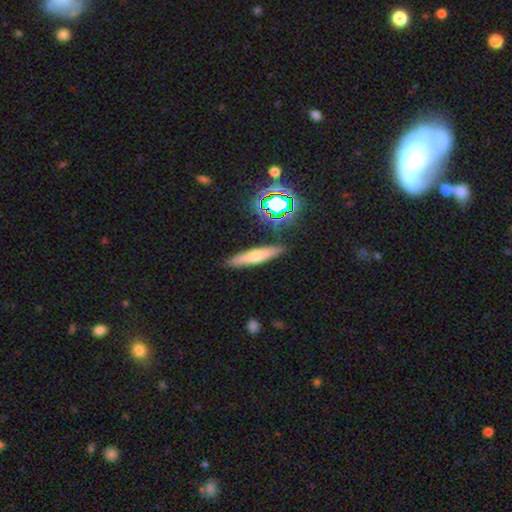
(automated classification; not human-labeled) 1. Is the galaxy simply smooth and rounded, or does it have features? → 50% smooth, 37% featured or disk, 13% star or artifact.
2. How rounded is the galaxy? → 85% cigar-shaped, 12% in between, 4% round.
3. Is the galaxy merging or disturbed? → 87% none, 8% minor disturbance, 3% merger, 2% major disturbance.